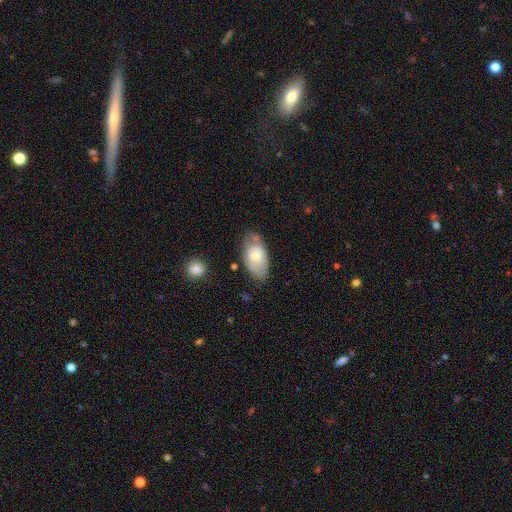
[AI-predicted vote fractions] Smooth or featured? Predicted: smooth (p=0.67). How rounded? Predicted: in between (p=0.92). Merging? Predicted: none (p=0.60).